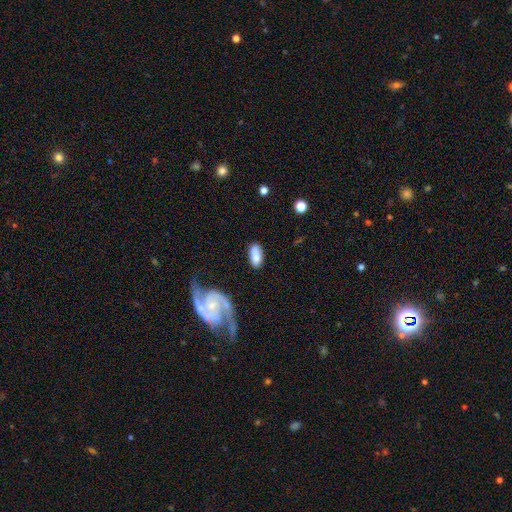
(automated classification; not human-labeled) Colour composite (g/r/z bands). It shows a smooth galaxy with no disk features (78%) that is in between round and cigar-shaped (87%). Merging: none (74%).